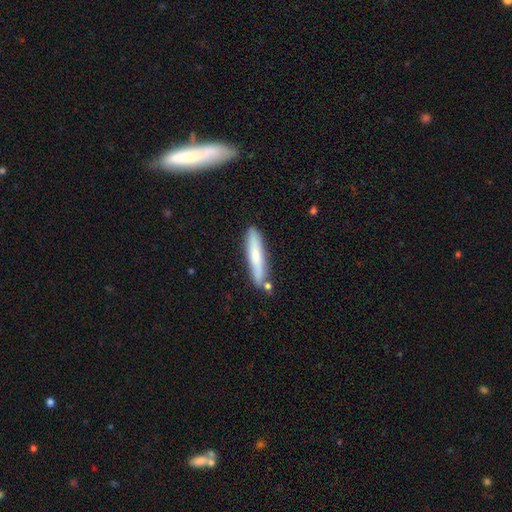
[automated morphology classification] Q: Smooth or featured?
A: smooth (64%); runner-up: featured or disk (30%)
Q: How rounded?
A: cigar-shaped (89%); runner-up: in between (10%)
Q: Merging?
A: none (79%); runner-up: minor disturbance (13%)